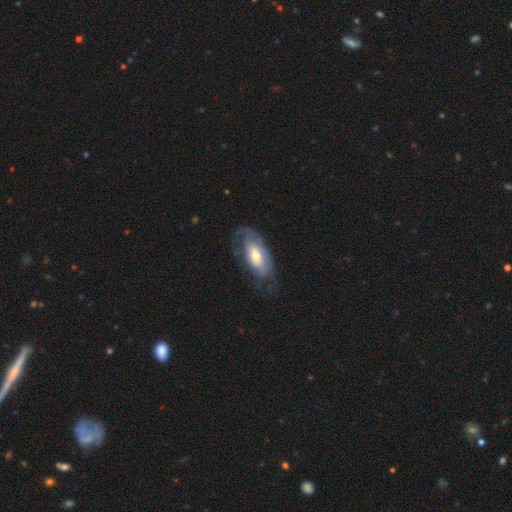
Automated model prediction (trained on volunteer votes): This is possibly a featured or disk galaxy (56%). It is clearly not viewed edge-on (88%). Merging: possibly none (54%).